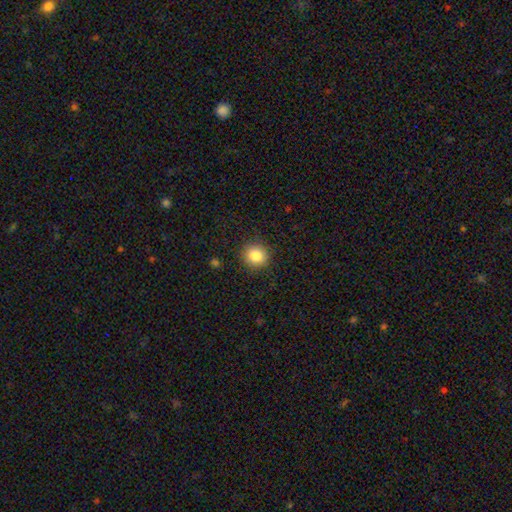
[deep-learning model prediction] A smooth galaxy with no disk features (84%) that is round (89%). Merging: none (89%).